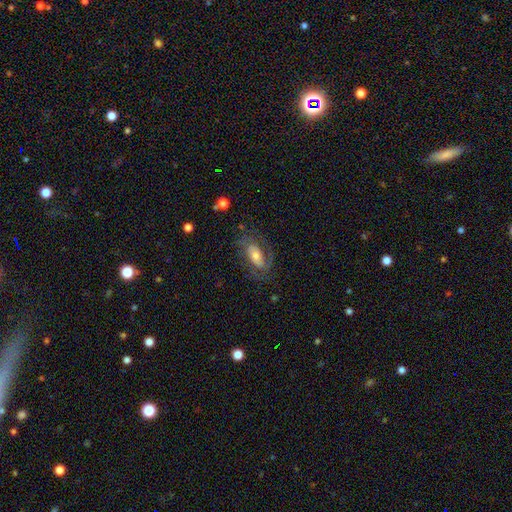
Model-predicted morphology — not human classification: A featured or disk galaxy (61%) with no bar (55%), spiral arms (78%) and a moderate central bulge (52%). Merging: none (65%).